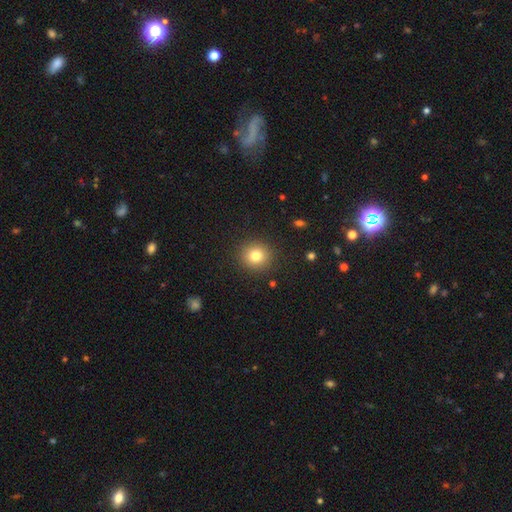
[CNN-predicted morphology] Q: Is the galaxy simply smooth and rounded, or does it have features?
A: smooth — 79%.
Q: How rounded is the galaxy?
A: round — 90%.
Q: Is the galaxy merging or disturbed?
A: none — 90%.